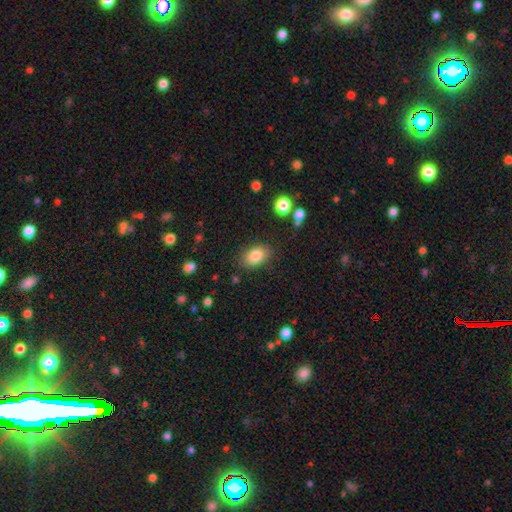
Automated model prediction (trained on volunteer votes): smooth_or_featured: smooth (p=0.84) [alt: featured or disk p=0.08]
how_rounded: in between (p=0.89) [alt: round p=0.10]
merging: none (p=0.83) [alt: minor disturbance p=0.11]